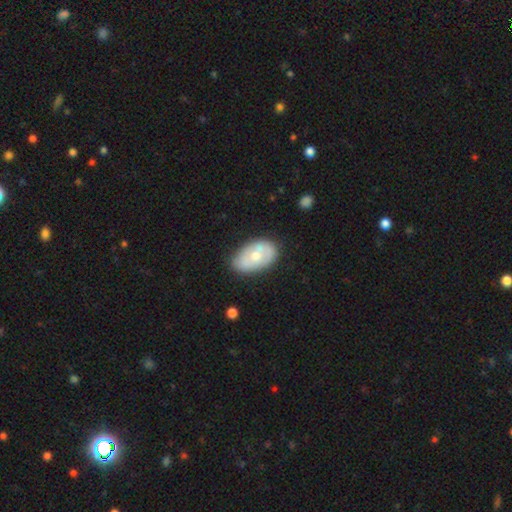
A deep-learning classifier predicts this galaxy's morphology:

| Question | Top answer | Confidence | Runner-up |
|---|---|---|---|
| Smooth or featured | smooth | 53% | featured or disk (41%) |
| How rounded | in between | 90% | round (9%) |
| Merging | none | 70% | minor disturbance (23%) |